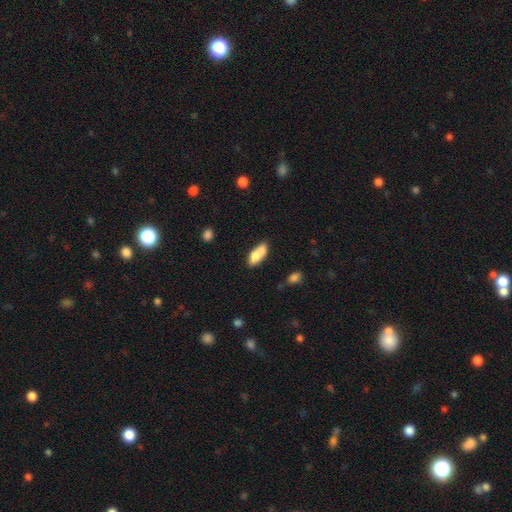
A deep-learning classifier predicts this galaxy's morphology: smooth 73%, featured or disk 20%, star or artifact 7%. Down the decision tree: how rounded — in between (79%); merging — none (43%).